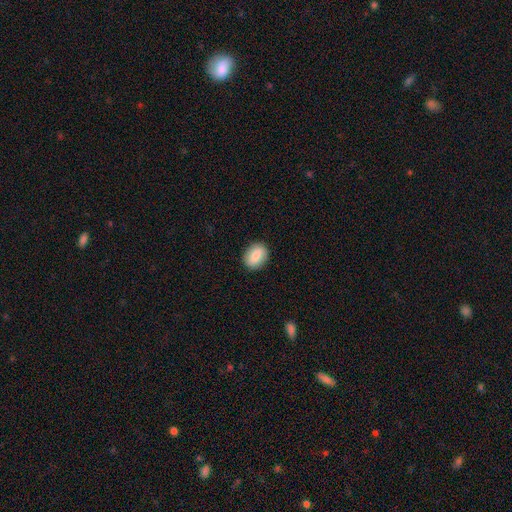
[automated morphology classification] A smooth galaxy with no disk features (83%) that is in between round and cigar-shaped (64%). Merging: none (89%).